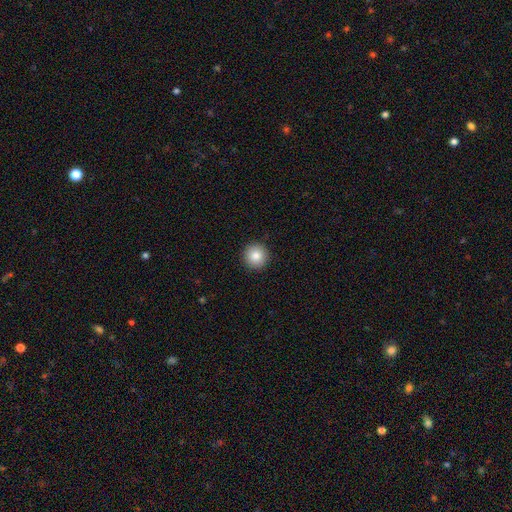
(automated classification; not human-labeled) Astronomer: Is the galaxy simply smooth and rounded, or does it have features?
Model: smooth — 84%.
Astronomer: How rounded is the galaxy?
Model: round — 95%.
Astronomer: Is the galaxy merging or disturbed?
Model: none — 93%.